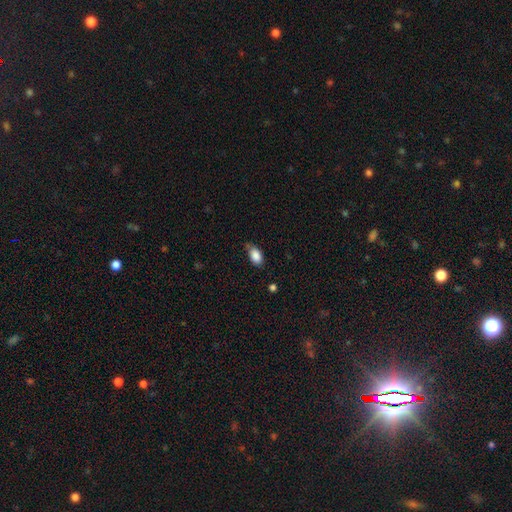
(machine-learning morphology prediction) smooth_or_featured: smooth (p=0.88) [alt: star or artifact p=0.08]
how_rounded: in between (p=0.91) [alt: round p=0.07]
merging: none (p=0.66) [alt: minor disturbance p=0.27]